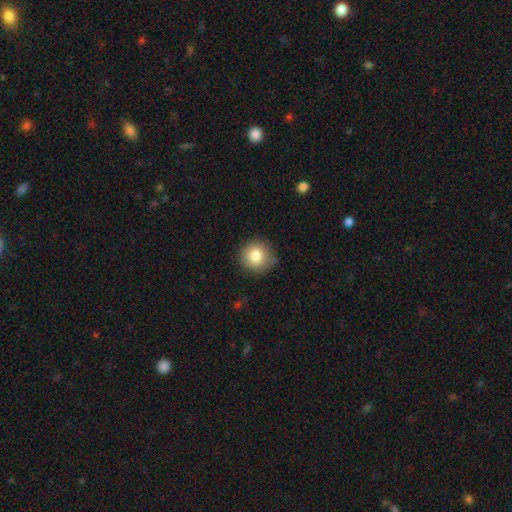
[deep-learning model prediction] This is clearly a smooth galaxy (83%). How rounded: clearly round (93%). Merging: clearly none (86%).